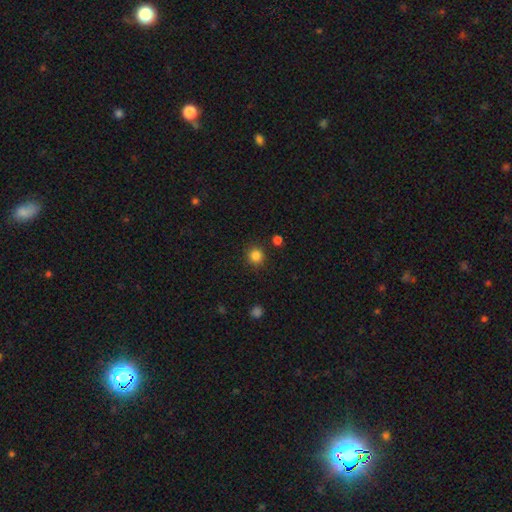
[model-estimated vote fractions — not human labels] This appears to be a smooth galaxy with no disk features (84%) that is round (93%). Merging: none (89%).